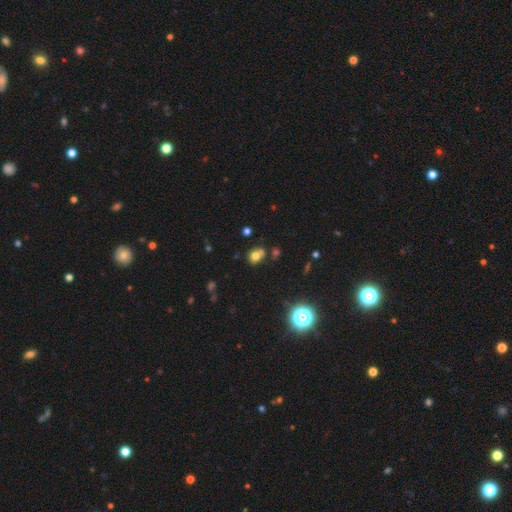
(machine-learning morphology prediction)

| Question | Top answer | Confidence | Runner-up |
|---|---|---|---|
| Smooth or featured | smooth | 70% | star or artifact (17%) |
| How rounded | round | 56% | in between (43%) |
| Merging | none | 60% | merger (19%) |